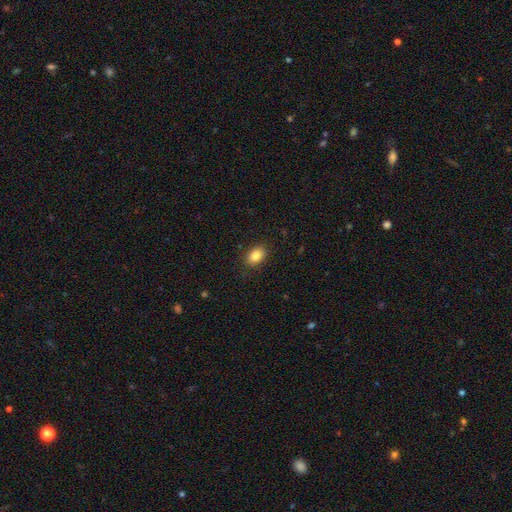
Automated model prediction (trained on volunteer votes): The model was most divided on "how rounded": in between: 81%, round: 18%, cigar-shaped: 1%. More confident: merging — none (87%); smooth or featured — smooth (86%).